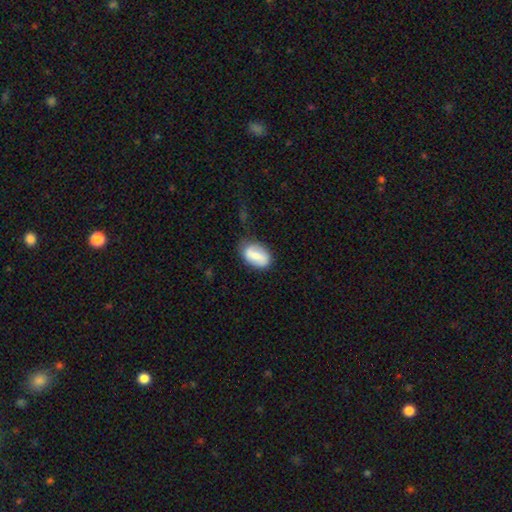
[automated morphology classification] This appears to be a smooth galaxy with no disk features (56%) that is in between round and cigar-shaped (89%). Merging: none (73%).